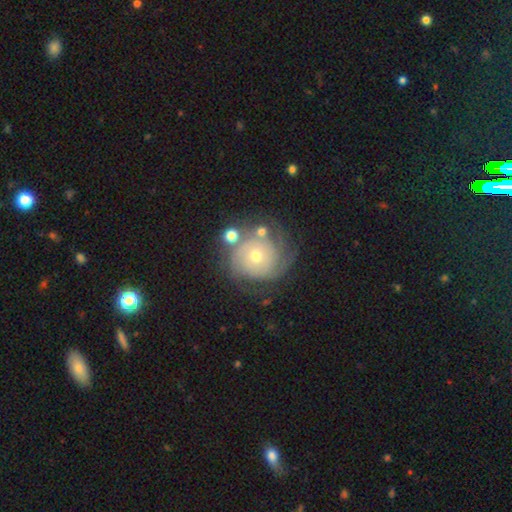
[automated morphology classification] Smooth or featured? featured or disk (77%)
Edge-on disk? no (98%)
Bar? no (84%)
Spiral arms? yes (91%)
Spiral winding? tight (72%)
Spiral arm count? can't tell (34%)
Bulge size? small (52%)
Merging? none (65%)